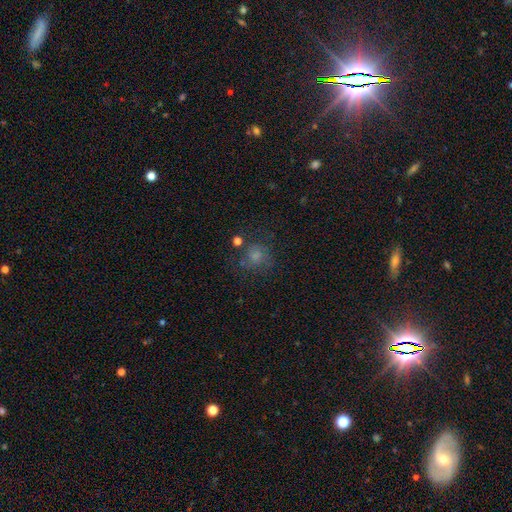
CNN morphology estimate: Smooth or featured? smooth (67%)
How rounded? round (83%)
Merging? none (63%)